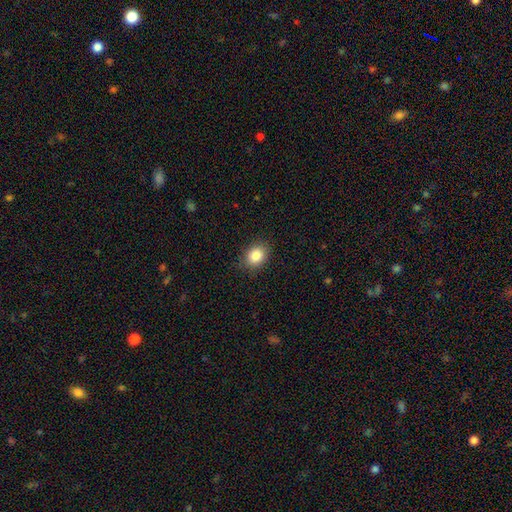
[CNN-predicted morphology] Smooth or featured: smooth — 86% (star or artifact — 9%)
How rounded: in between — 63% (round — 36%)
Merging: none — 87% (minor disturbance — 10%)